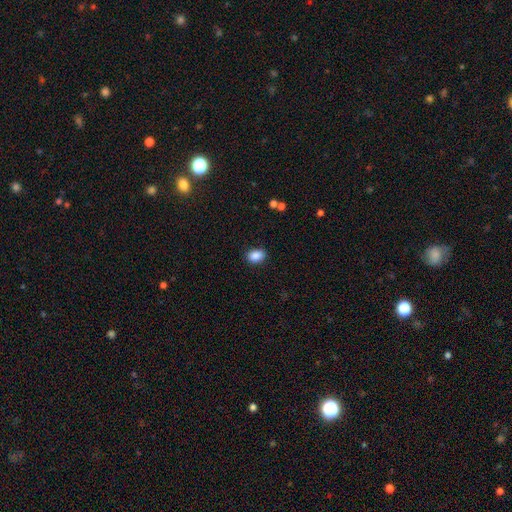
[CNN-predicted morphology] This appears to be a smooth galaxy with no disk features (88%) that is in between round and cigar-shaped (80%). Merging: none (86%).